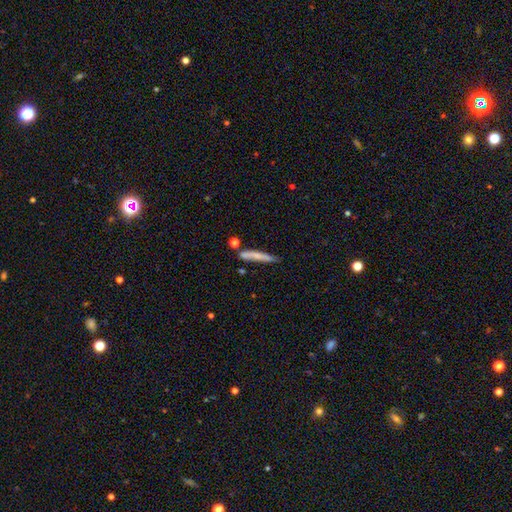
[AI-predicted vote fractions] Smooth or featured? Predicted: smooth (p=0.65). How rounded? Predicted: cigar-shaped (p=0.94). Merging? Predicted: none (p=0.65).